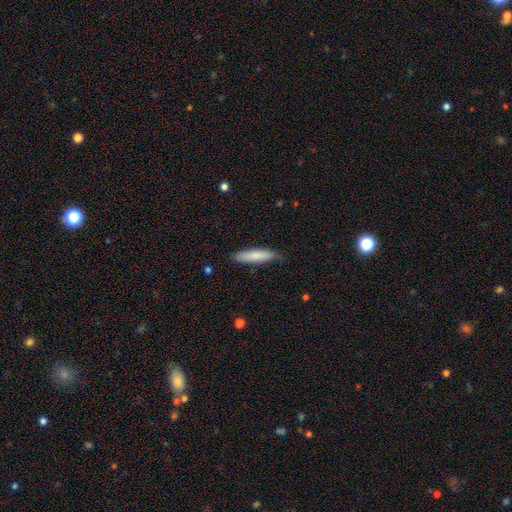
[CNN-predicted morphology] Overall: smooth (80%). How rounded: cigar-shaped (80%). Merging: none (80%).